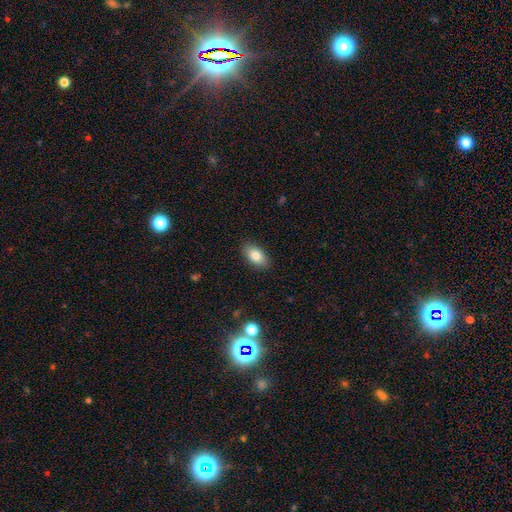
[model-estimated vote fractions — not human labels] This appears to be a smooth galaxy with no disk features (82%) that is in between round and cigar-shaped (92%). Merging: none (87%).